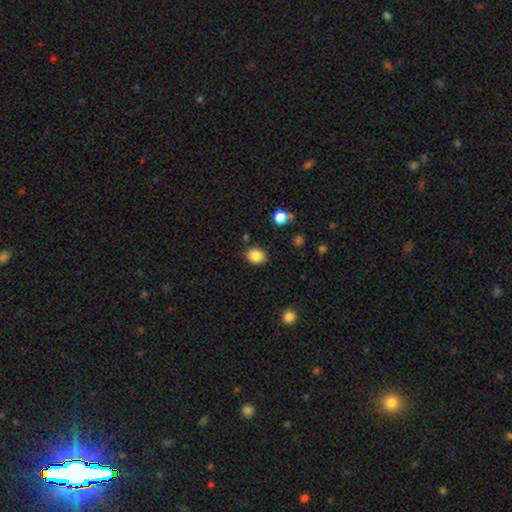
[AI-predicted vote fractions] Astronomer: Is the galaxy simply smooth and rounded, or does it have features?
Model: smooth — 85%.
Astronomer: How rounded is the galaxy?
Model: round — 57% (runner-up: in between, 42%).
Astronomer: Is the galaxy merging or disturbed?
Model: none — 83%.